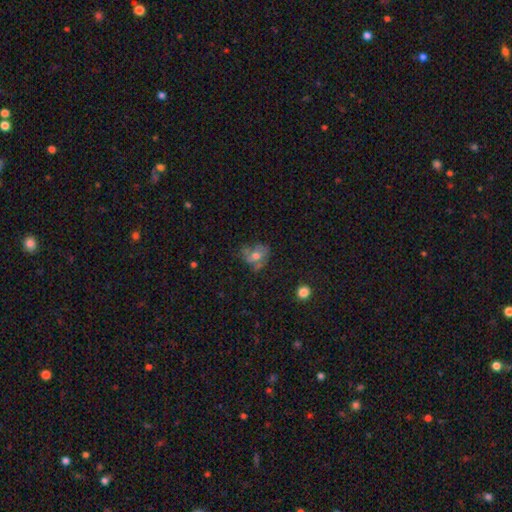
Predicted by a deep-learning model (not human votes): Q: Smooth or featured?
A: smooth (54%); runner-up: featured or disk (33%)
Q: How rounded?
A: in between (50%); runner-up: round (49%)
Q: Merging?
A: none (46%); runner-up: minor disturbance (28%)